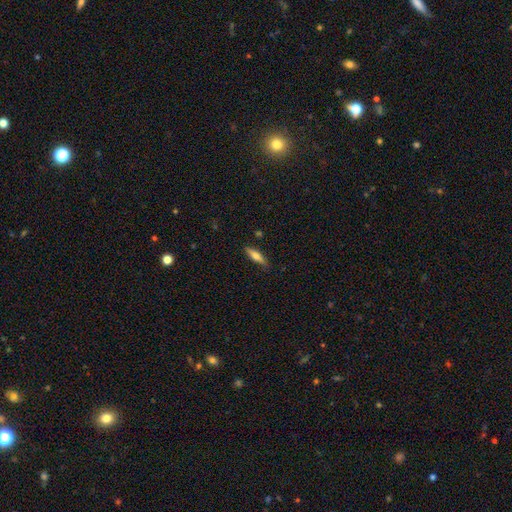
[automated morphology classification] Smooth or featured? smooth (59%)
How rounded? cigar-shaped (69%)
Merging? none (81%)